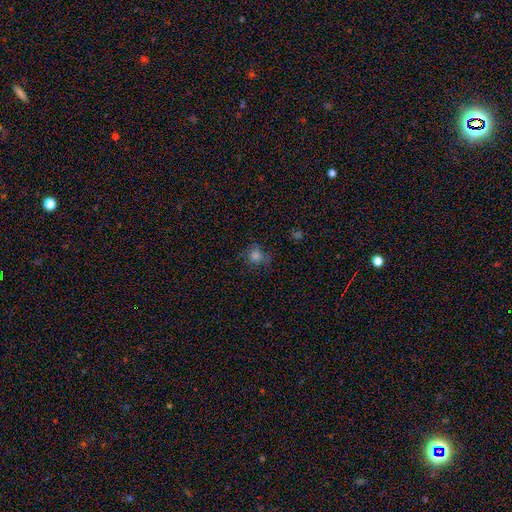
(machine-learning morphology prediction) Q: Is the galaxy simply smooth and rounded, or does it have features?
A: smooth — 70%.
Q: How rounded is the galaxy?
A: round — 82%.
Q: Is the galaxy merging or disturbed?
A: none — 68%.